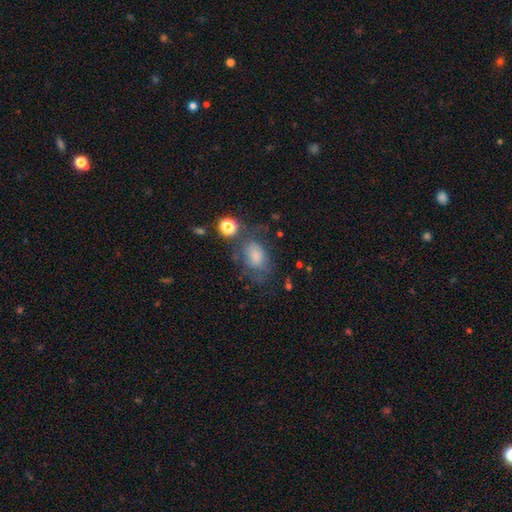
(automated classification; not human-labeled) smooth_or_featured: smooth (p=0.57) [alt: featured or disk p=0.28]
how_rounded: in between (p=0.75) [alt: round p=0.24]
merging: none (p=0.49) [alt: minor disturbance p=0.24]